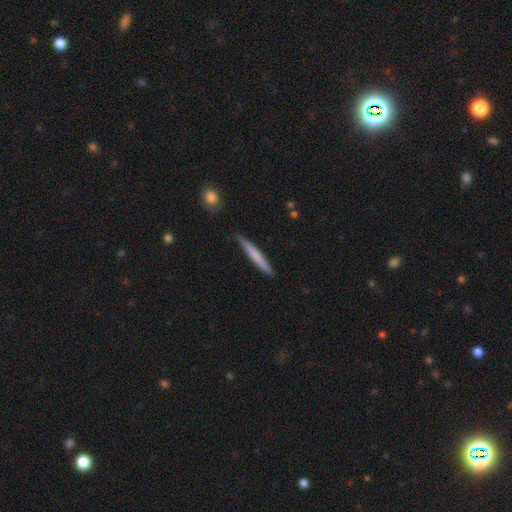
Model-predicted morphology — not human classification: Smooth or featured?
  - smooth: 64% *
  - featured or disk: 31%
  - star or artifact: 5%
How rounded?
  - cigar-shaped: 96% *
  - in between: 3%
  - round: 1%
Merging?
  - none: 85% *
  - minor disturbance: 12%
  - major disturbance: 2%
  - merger: 2%